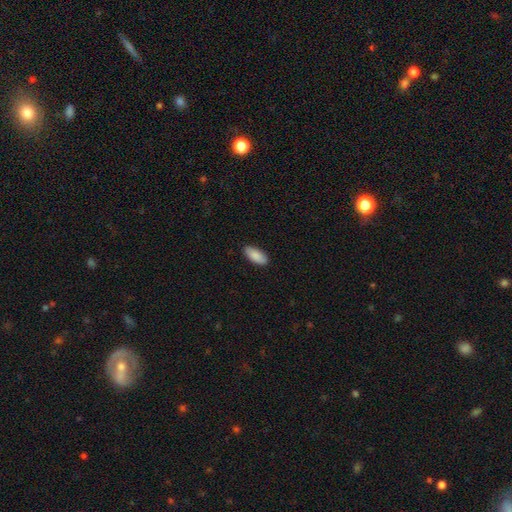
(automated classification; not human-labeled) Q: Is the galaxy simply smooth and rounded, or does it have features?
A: smooth — 90%.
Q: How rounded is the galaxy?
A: in between — 90%.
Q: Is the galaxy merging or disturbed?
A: none — 88%.